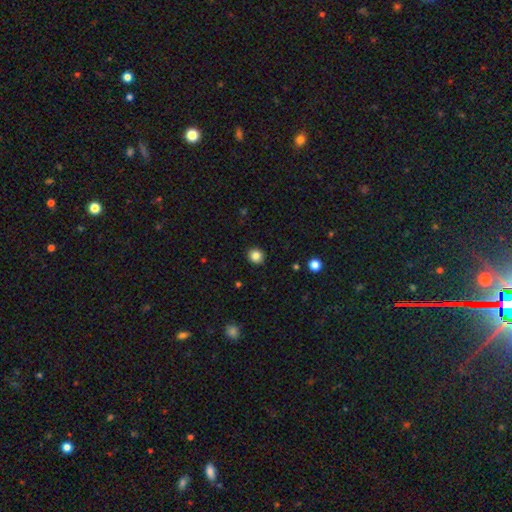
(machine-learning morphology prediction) The model was most divided on "smooth or featured": smooth: 85%, star or artifact: 11%, featured or disk: 4%. More confident: merging — none (91%); how rounded — round (87%).